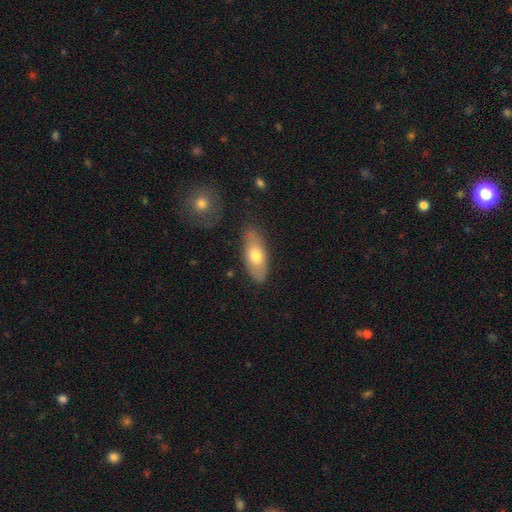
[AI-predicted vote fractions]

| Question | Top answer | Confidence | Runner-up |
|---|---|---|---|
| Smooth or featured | smooth | 65% | featured or disk (29%) |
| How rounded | in between | 80% | cigar-shaped (17%) |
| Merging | none | 77% | minor disturbance (17%) |